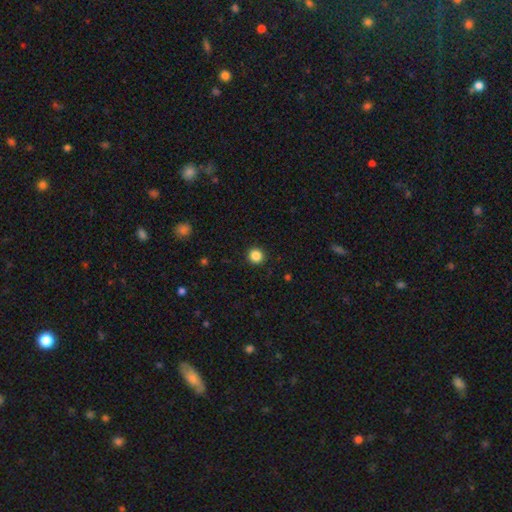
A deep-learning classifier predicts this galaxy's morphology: This appears to be a smooth galaxy with no disk features (86%) that is round (94%). Merging: none (93%).